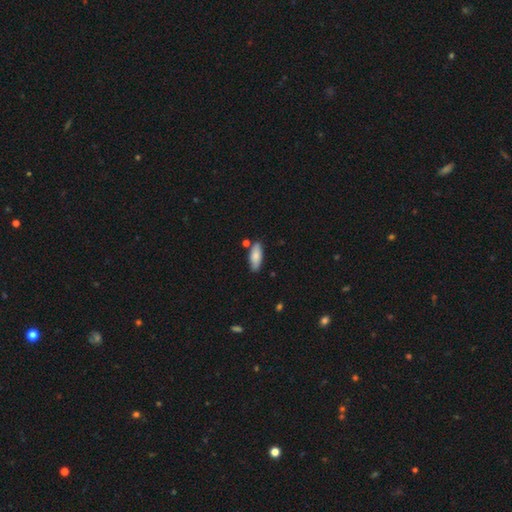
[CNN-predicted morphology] A smooth galaxy with no disk features (81%) that is in between round and cigar-shaped (76%).

Vote fractions:
- Smooth or featured? smooth: 81% / featured or disk: 13% / star or artifact: 6%
- How rounded? in between: 76% / cigar-shaped: 22% / round: 2%
- Merging? none: 79% / minor disturbance: 14% / merger: 5% / major disturbance: 2%